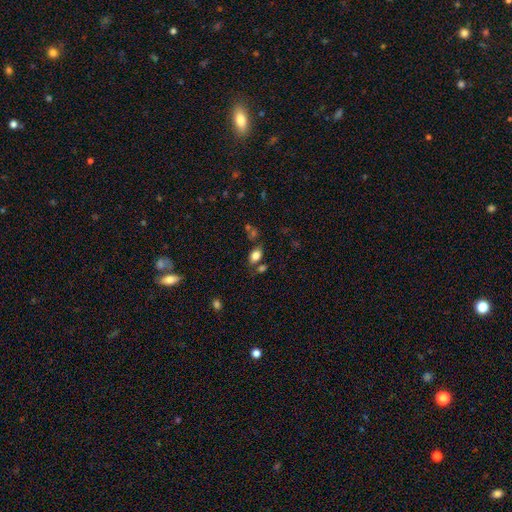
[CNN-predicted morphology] type=smooth (81%); roundness=in between (84%); merging=none (63%).